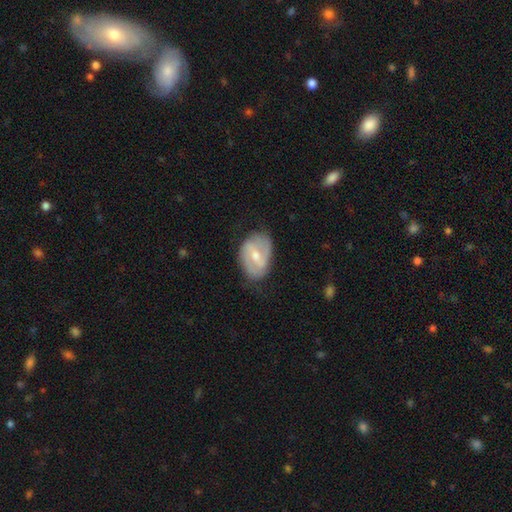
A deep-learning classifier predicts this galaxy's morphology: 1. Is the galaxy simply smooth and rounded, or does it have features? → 72% featured or disk, 23% smooth, 5% star or artifact.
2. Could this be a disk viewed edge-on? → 96% no, 4% yes.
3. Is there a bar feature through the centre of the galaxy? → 53% weak, 29% strong, 19% no.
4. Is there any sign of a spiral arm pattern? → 85% yes, 15% no.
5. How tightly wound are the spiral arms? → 47% medium, 30% tight, 23% loose.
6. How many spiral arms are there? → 80% 2, 12% can't tell, 4% 3, 3% 1, 1% 4, 1% more than 4.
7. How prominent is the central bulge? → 57% moderate, 38% small, 2% large, 2% none, 1% dominant.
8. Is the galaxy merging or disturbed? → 70% none, 22% minor disturbance, 6% major disturbance, 1% merger.